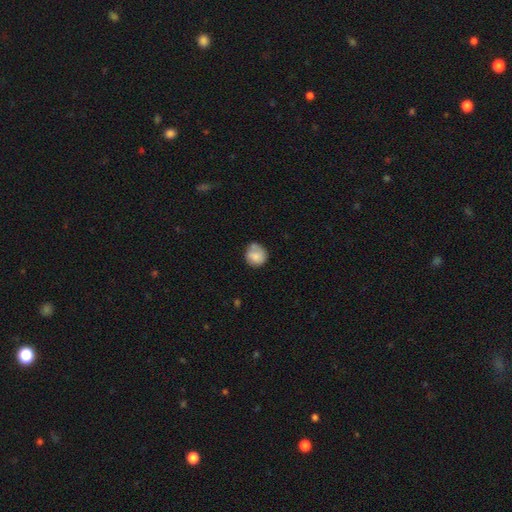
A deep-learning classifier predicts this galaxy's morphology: Overall: smooth (76%). How rounded: round (83%). Merging: none (58%; minor disturbance 27%).